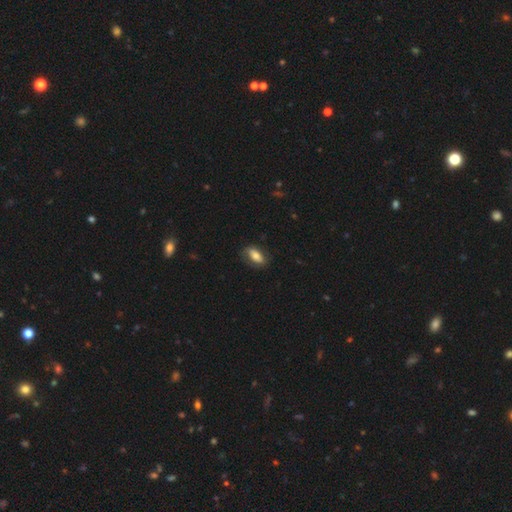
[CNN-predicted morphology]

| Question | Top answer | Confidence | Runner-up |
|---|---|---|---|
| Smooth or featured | smooth | 70% | featured or disk (23%) |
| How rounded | in between | 88% | cigar-shaped (7%) |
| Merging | none | 73% | minor disturbance (19%) |